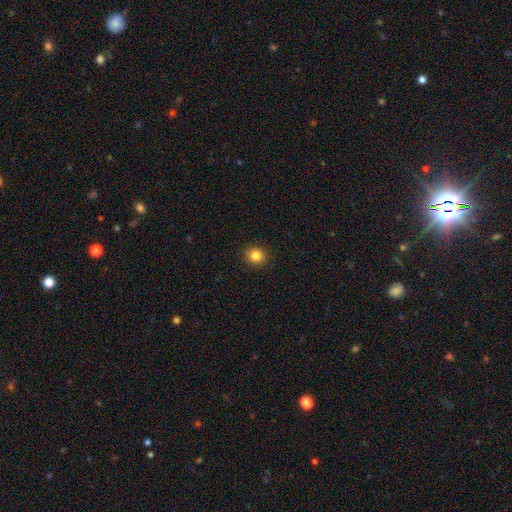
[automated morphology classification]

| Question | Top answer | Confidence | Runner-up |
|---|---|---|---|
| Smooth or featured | smooth | 84% | star or artifact (11%) |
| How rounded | round | 87% | in between (12%) |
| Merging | none | 91% | minor disturbance (6%) |